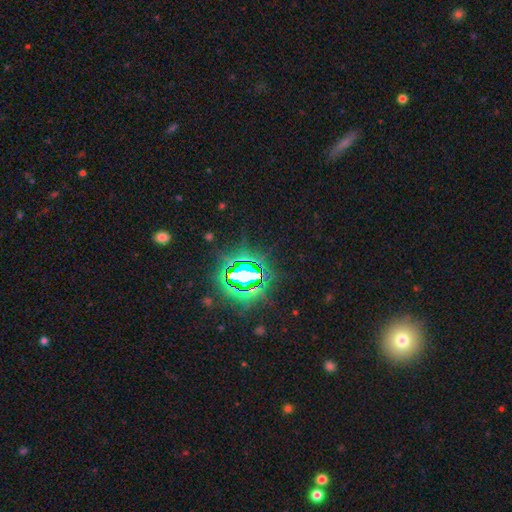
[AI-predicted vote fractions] Overall: star or artifact (83%).